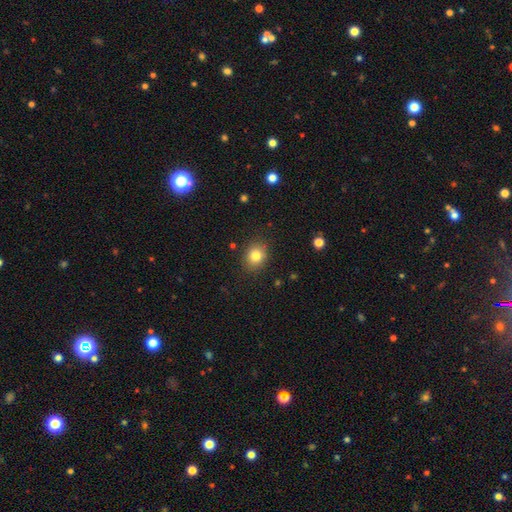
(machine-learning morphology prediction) This appears to be a smooth galaxy with no disk features (81%) that is round (59%). Merging: none (86%).